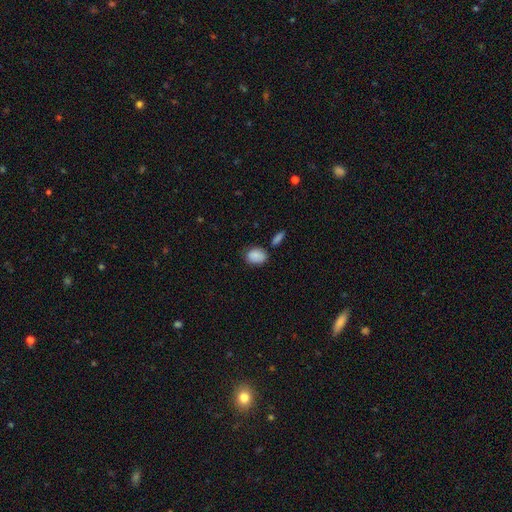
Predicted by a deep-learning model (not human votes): Q: Smooth or featured?
A: smooth (87%); runner-up: star or artifact (7%)
Q: How rounded?
A: in between (72%); runner-up: round (26%)
Q: Merging?
A: none (69%); runner-up: minor disturbance (19%)